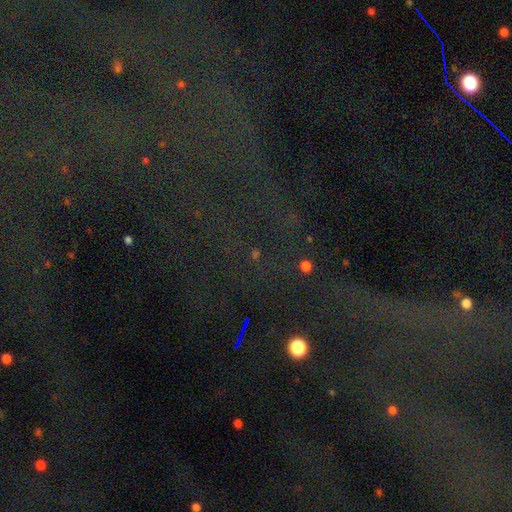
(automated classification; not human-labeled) Smooth or featured? Predicted: star or artifact (p=0.78).